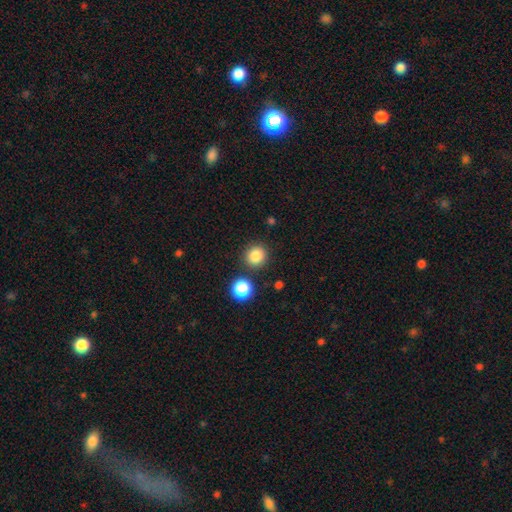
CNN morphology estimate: Overall: smooth (85%). How rounded: round (90%). Merging: none (85%).